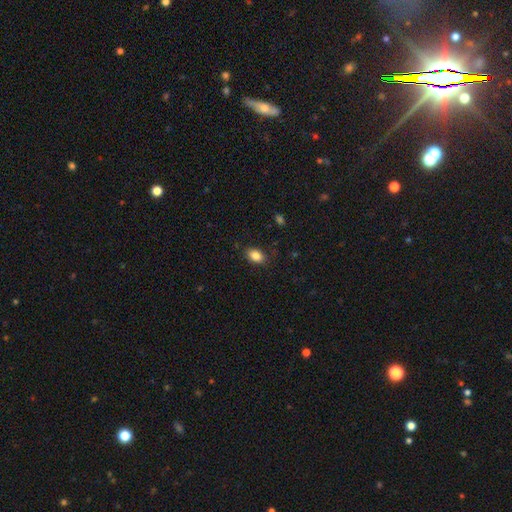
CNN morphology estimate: Smooth or featured?
  - smooth: 86% *
  - star or artifact: 9%
  - featured or disk: 6%
How rounded?
  - in between: 84% *
  - round: 15%
  - cigar-shaped: 1%
Merging?
  - none: 86% *
  - minor disturbance: 11%
  - major disturbance: 2%
  - merger: 1%